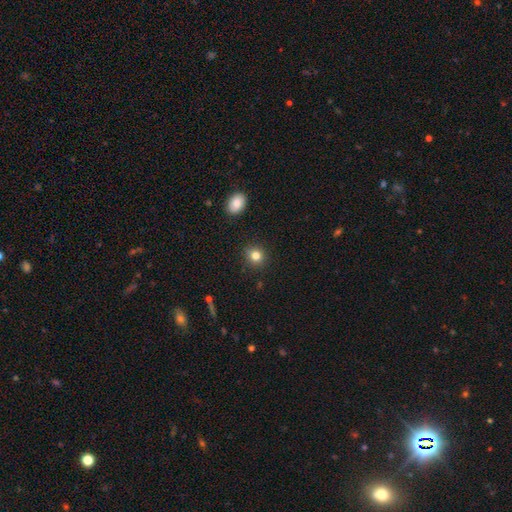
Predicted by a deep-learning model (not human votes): This appears to be a smooth galaxy with no disk features (82%) that is round (85%). Merging: none (90%).